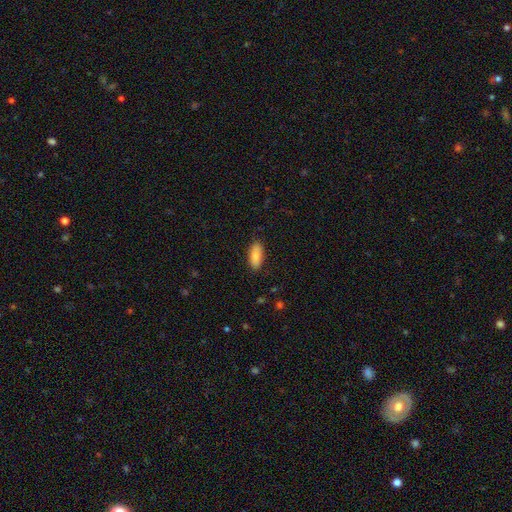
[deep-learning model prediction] Smooth or featured: smooth — 86% (featured or disk — 8%)
How rounded: in between — 83% (cigar-shaped — 15%)
Merging: none — 87% (minor disturbance — 10%)